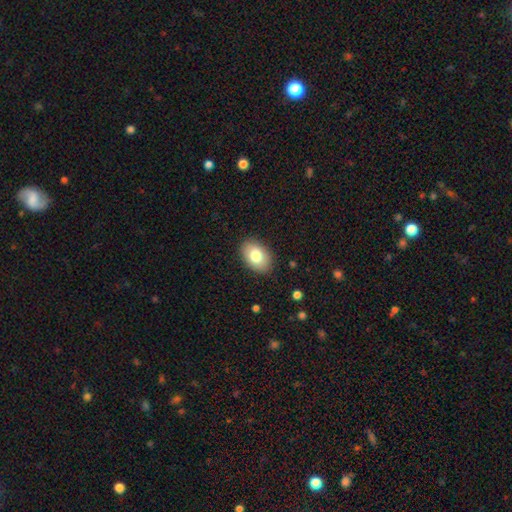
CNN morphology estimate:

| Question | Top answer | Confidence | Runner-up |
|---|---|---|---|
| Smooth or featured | smooth | 79% | featured or disk (14%) |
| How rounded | in between | 86% | round (13%) |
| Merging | none | 87% | minor disturbance (9%) |